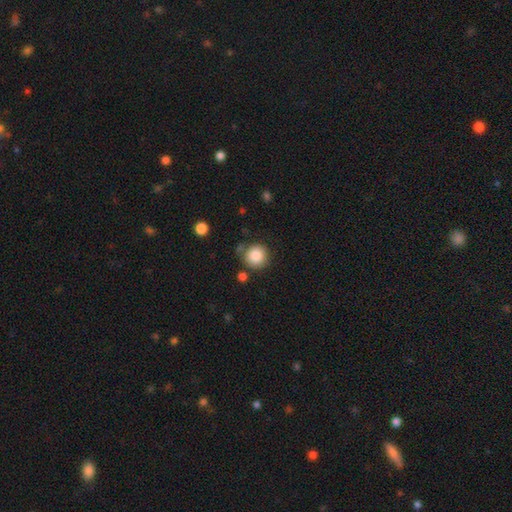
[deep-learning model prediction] A smooth galaxy with no disk features (86%) that is round (93%). Merging: none (77%).